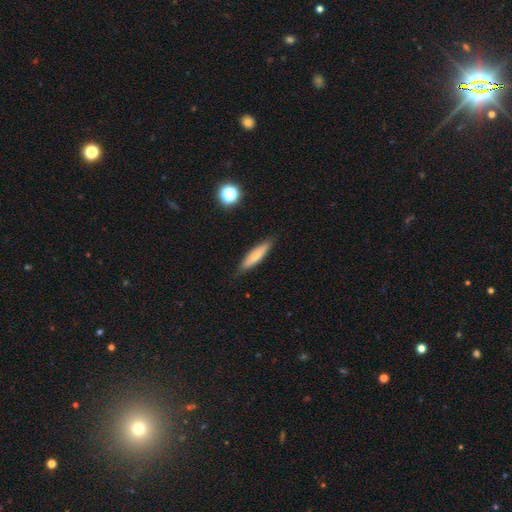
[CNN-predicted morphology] type=smooth (72%); roundness=cigar-shaped (75%); merging=none (85%).